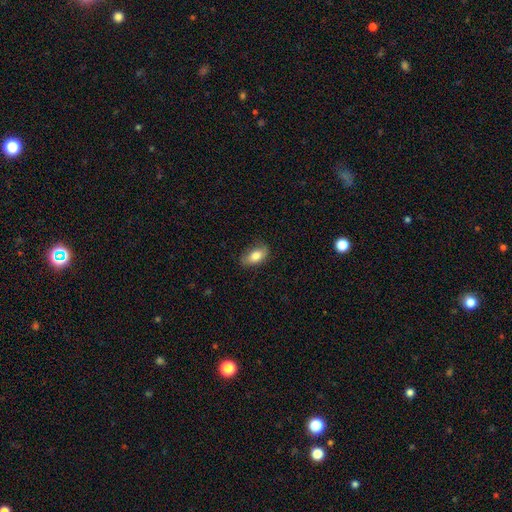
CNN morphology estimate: Smooth or featured? smooth (80%)
How rounded? in between (89%)
Merging? none (80%)